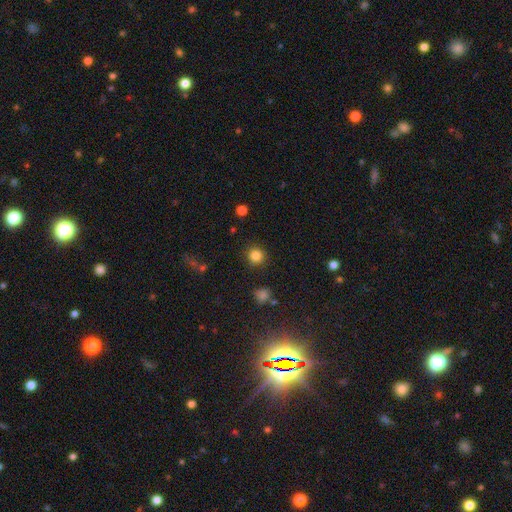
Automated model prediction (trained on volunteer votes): smooth_or_featured: smooth (p=0.84) [alt: star or artifact p=0.12]
how_rounded: round (p=0.92) [alt: in between p=0.07]
merging: none (p=0.88) [alt: minor disturbance p=0.07]